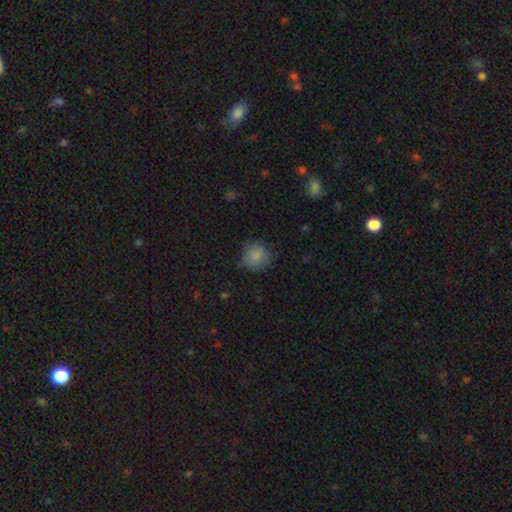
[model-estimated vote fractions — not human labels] smooth_or_featured: smooth (p=0.85) [alt: star or artifact p=0.08]
how_rounded: round (p=0.88) [alt: in between p=0.11]
merging: none (p=0.77) [alt: minor disturbance p=0.17]